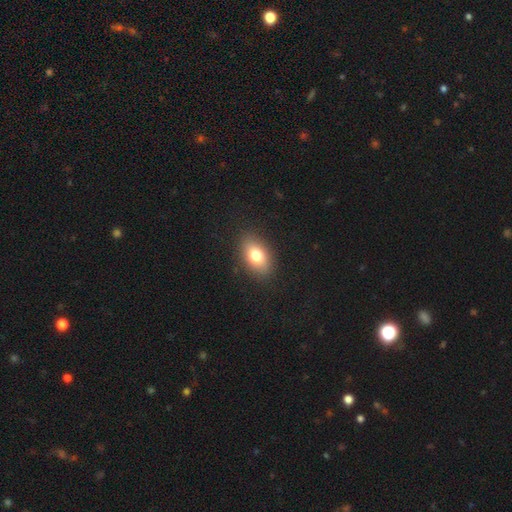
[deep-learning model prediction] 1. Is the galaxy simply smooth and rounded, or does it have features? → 76% smooth, 14% featured or disk, 9% star or artifact.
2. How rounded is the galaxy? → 86% in between, 12% round, 3% cigar-shaped.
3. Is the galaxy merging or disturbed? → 87% none, 9% minor disturbance, 3% major disturbance, 1% merger.